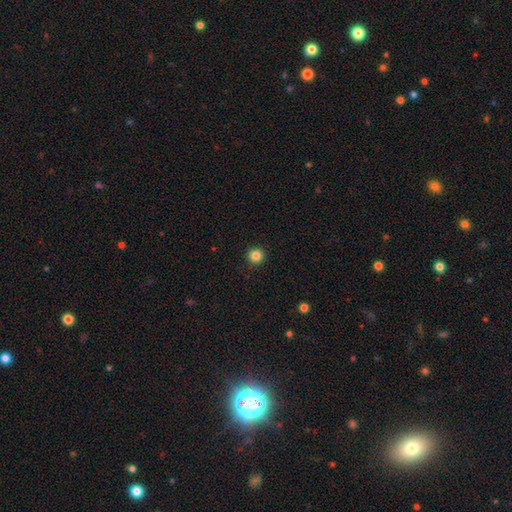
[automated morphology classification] Smooth or featured?
  - smooth: 85% *
  - star or artifact: 11%
  - featured or disk: 4%
How rounded?
  - round: 95% *
  - in between: 4%
  - cigar-shaped: 1%
Merging?
  - none: 93% *
  - minor disturbance: 5%
  - major disturbance: 2%
  - merger: 1%